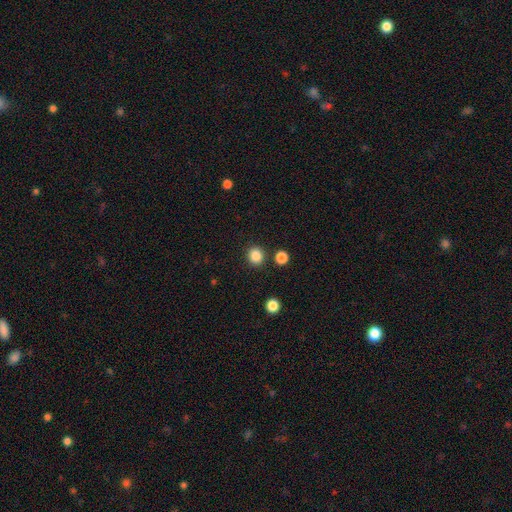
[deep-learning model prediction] A smooth galaxy with no disk features (86%) that is round (85%).

Vote fractions:
- Smooth or featured? smooth: 86% / star or artifact: 11% / featured or disk: 4%
- How rounded? round: 85% / in between: 14% / cigar-shaped: 1%
- Merging? none: 87% / minor disturbance: 6% / merger: 4% / major disturbance: 2%